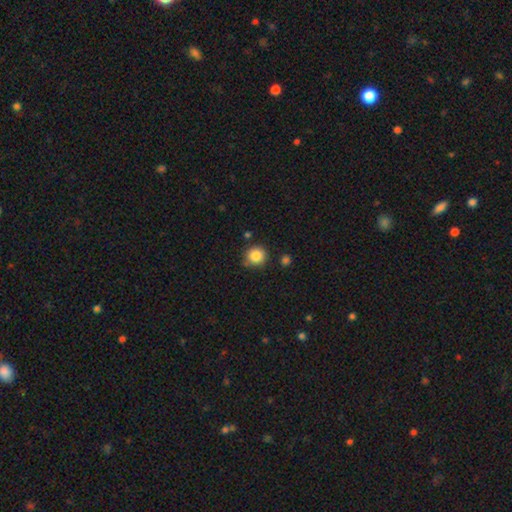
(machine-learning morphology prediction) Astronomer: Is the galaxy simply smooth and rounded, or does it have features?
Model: smooth — 86%.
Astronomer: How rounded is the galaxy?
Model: round — 92%.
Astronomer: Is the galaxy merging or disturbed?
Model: none — 82%.